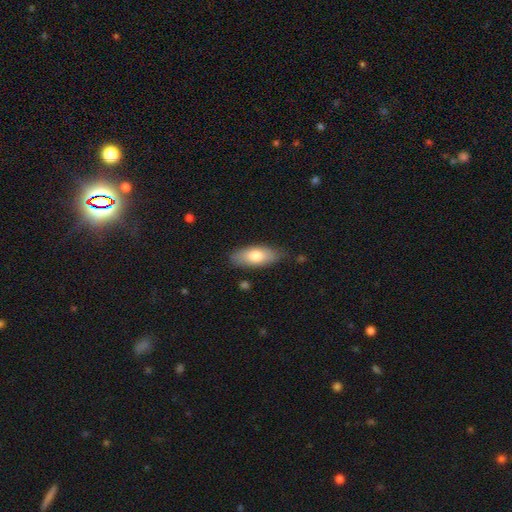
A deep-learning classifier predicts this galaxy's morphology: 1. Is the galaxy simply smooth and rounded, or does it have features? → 74% smooth, 20% featured or disk, 6% star or artifact.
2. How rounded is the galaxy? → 82% in between, 15% cigar-shaped, 3% round.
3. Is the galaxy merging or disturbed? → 78% none, 17% minor disturbance, 3% major disturbance, 2% merger.